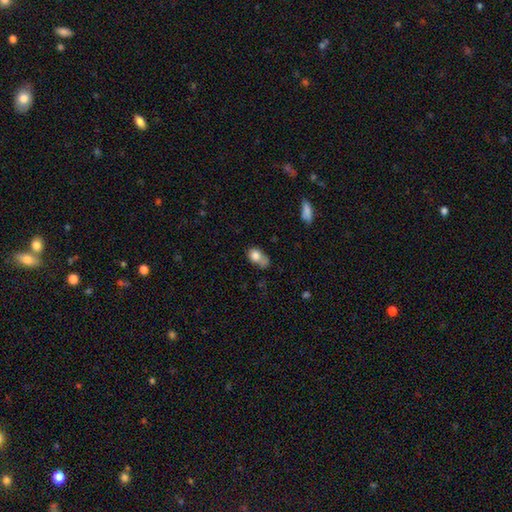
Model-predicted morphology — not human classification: This is likely a smooth galaxy (78%). How rounded: likely in between (63%). Merging: marginally none (31%).